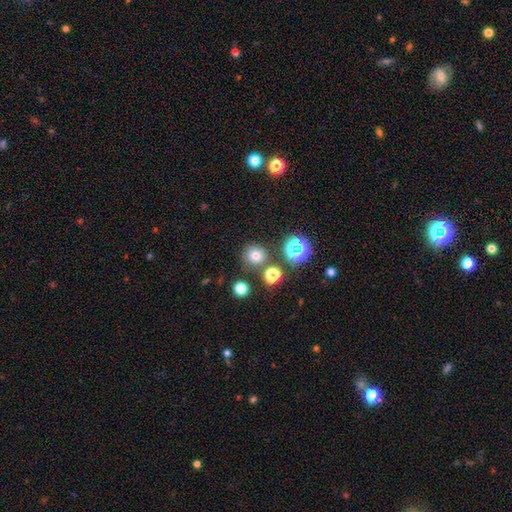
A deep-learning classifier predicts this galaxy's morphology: Smooth or featured? smooth (71%)
How rounded? round (91%)
Merging? none (76%)